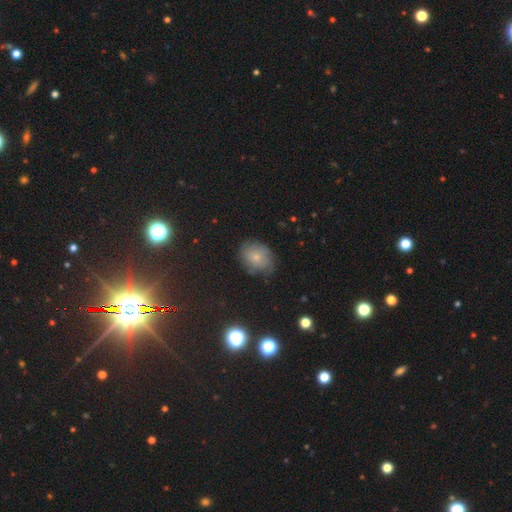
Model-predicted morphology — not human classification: Q: Smooth or featured?
A: smooth (60%); runner-up: featured or disk (25%)
Q: How rounded?
A: in between (56%); runner-up: round (43%)
Q: Merging?
A: none (66%); runner-up: minor disturbance (25%)